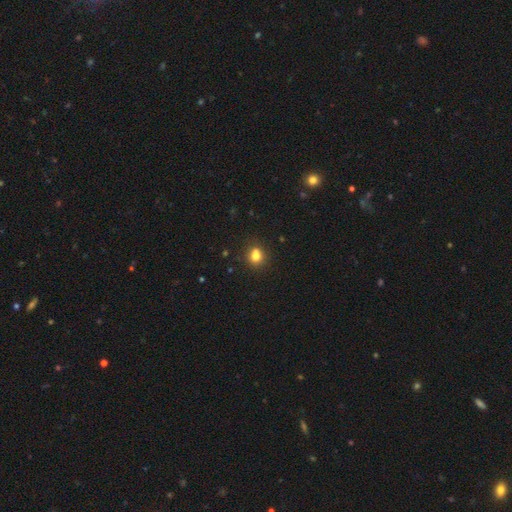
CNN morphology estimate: This is likely a smooth galaxy (77%). How rounded: likely round (74%). Merging: likely none (64%).